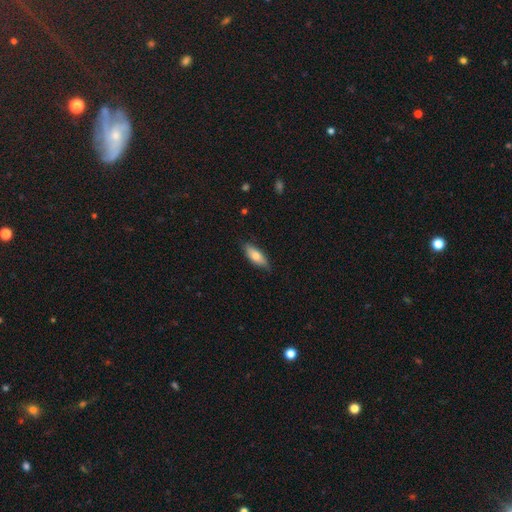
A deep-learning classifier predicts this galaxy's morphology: A smooth galaxy with no disk features (73%) that is in between round and cigar-shaped (69%). Merging: none (78%).